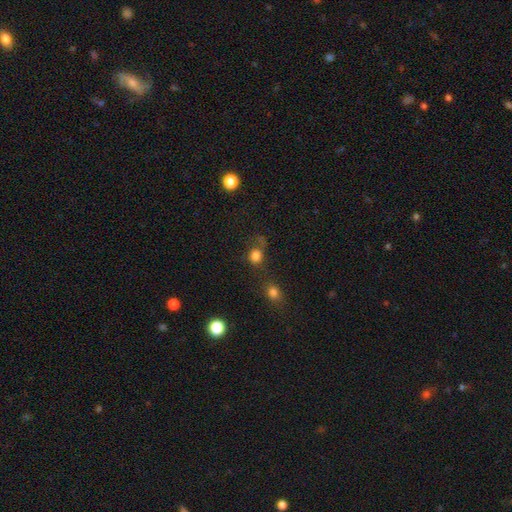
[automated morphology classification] Smooth or featured: smooth — 78% (star or artifact — 16%)
How rounded: round — 77% (in between — 22%)
Merging: none — 53% (minor disturbance — 18%)